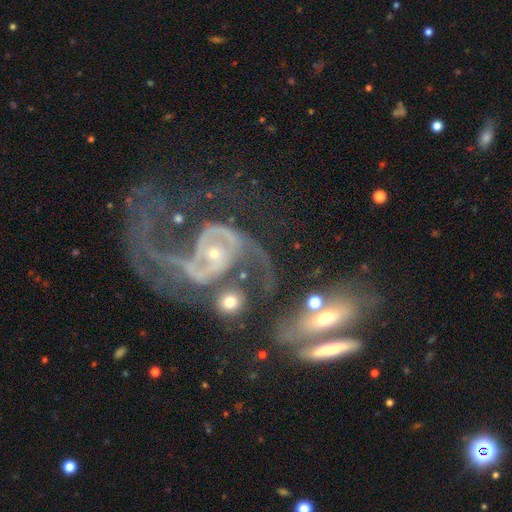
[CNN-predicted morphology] A featured or disk galaxy (89%) with no bar (43%), 2 (74%) medium (49%) spiral arms (96%) and a small central bulge (70%). Merging: merger (30%).